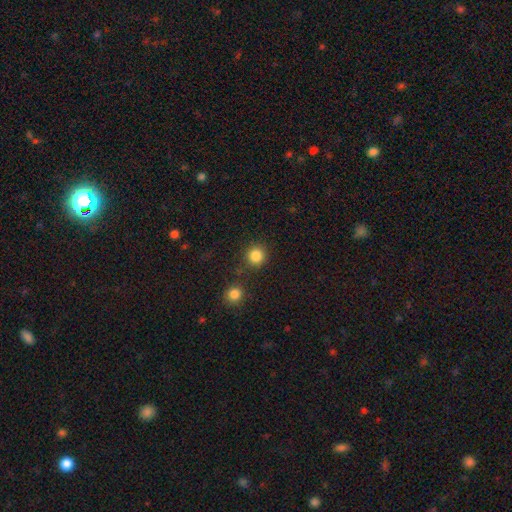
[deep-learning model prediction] Overall: smooth (85%). How rounded: round (92%). Merging: none (84%).